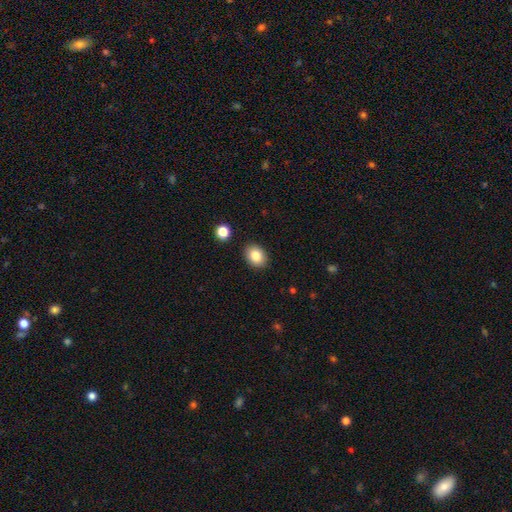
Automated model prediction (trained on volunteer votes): This appears to be a smooth galaxy with no disk features (83%) that is in between round and cigar-shaped (53%). Merging: none (89%).